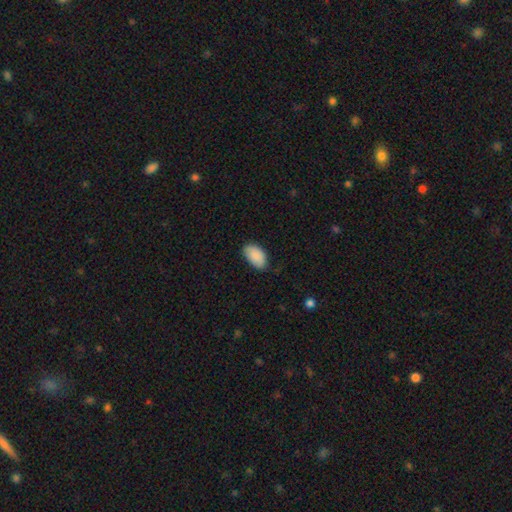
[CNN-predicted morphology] Q: Smooth or featured?
A: smooth (90%); runner-up: star or artifact (6%)
Q: How rounded?
A: in between (94%); runner-up: round (4%)
Q: Merging?
A: none (75%); runner-up: minor disturbance (21%)